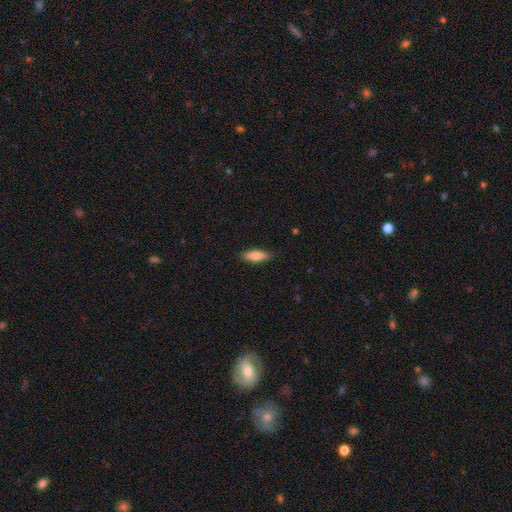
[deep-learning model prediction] Smooth or featured? Predicted: smooth (p=0.81). How rounded? Predicted: in between (p=0.54). Merging? Predicted: none (p=0.85).